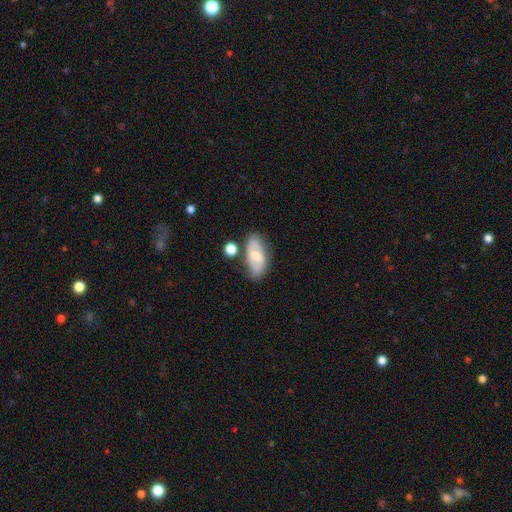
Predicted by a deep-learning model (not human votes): Smooth or featured?
  - featured or disk: 49% *
  - smooth: 44%
  - star or artifact: 7%
Merging?
  - none: 67% *
  - minor disturbance: 20%
  - merger: 8%
  - major disturbance: 5%